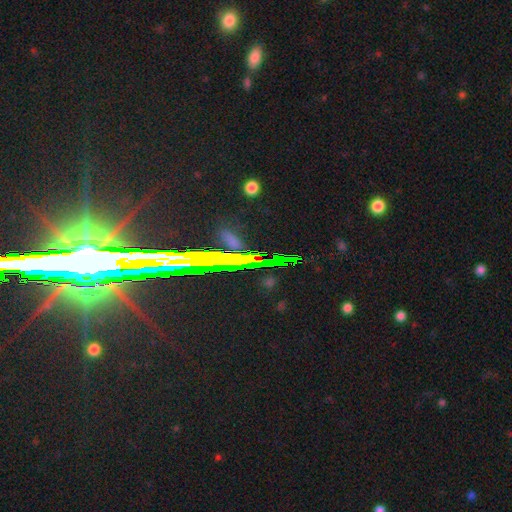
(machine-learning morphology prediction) smooth_or_featured: star or artifact (p=0.60) [alt: smooth p=0.23]